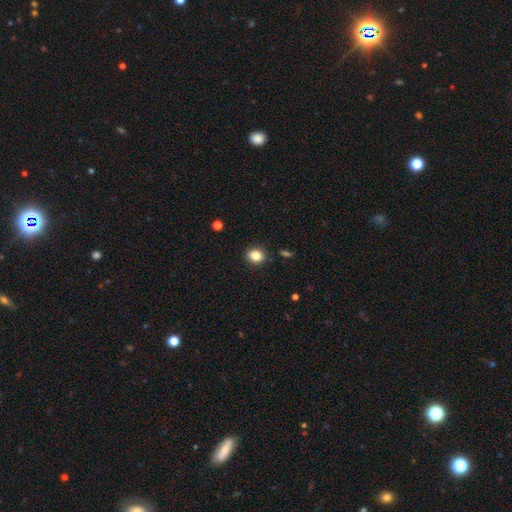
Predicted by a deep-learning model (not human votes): smooth-or-featured: smooth: 85% | star or artifact: 10% | featured or disk: 6%
  how-rounded: round: 57% | in between: 42% | cigar-shaped: 1%
  merging: none: 87% | minor disturbance: 9% | major disturbance: 2% | merger: 2%